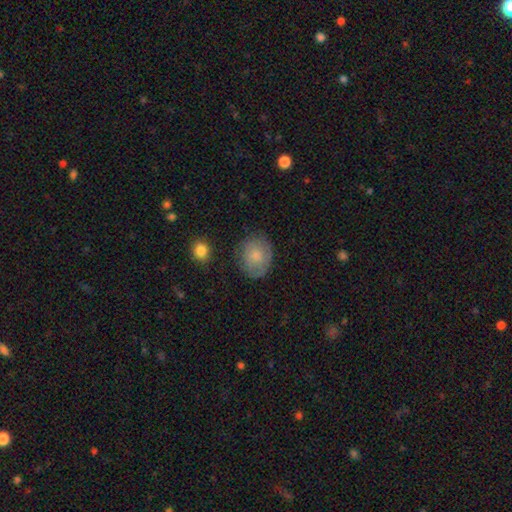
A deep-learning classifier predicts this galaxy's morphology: smooth_or_featured: smooth (p=0.72) [alt: featured or disk p=0.20]
how_rounded: round (p=0.61) [alt: in between p=0.38]
merging: none (p=0.74) [alt: minor disturbance p=0.19]